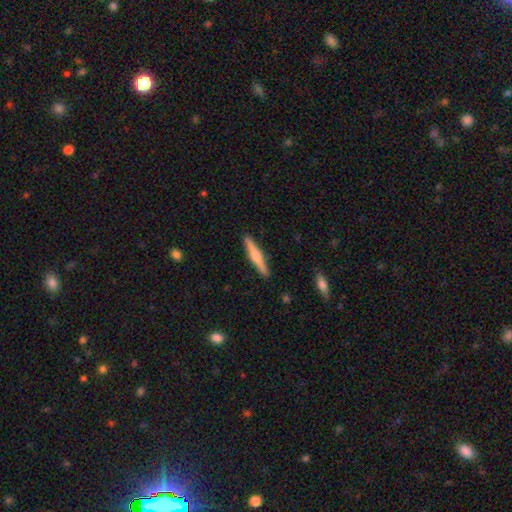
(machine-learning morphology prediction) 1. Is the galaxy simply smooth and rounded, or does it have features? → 61% featured or disk, 34% smooth, 5% star or artifact.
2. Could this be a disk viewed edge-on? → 97% yes, 3% no.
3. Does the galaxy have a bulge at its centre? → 91% rounded, 5% none, 4% boxy.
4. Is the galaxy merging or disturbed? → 92% none, 6% minor disturbance, 1% major disturbance, 1% merger.